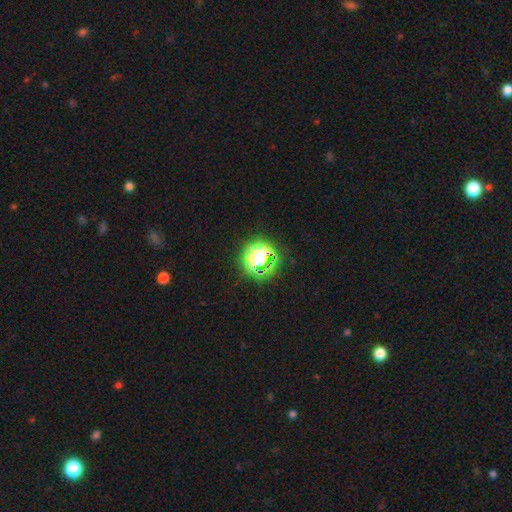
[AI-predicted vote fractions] Morphology: type=star or artifact (53%).